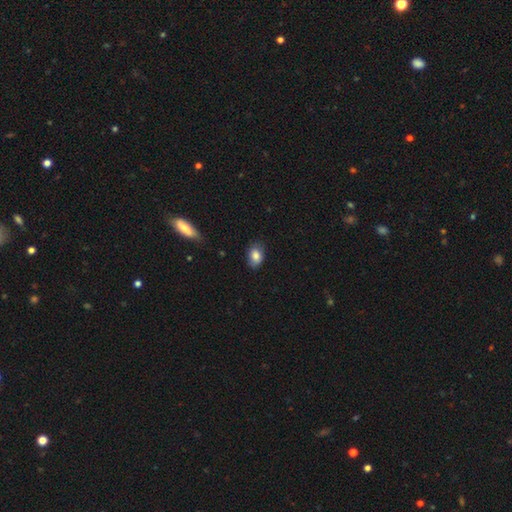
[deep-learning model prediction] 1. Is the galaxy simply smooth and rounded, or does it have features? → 83% smooth, 9% featured or disk, 8% star or artifact.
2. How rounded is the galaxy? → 81% in between, 17% round, 1% cigar-shaped.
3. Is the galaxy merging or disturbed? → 76% none, 19% minor disturbance, 3% major disturbance, 1% merger.